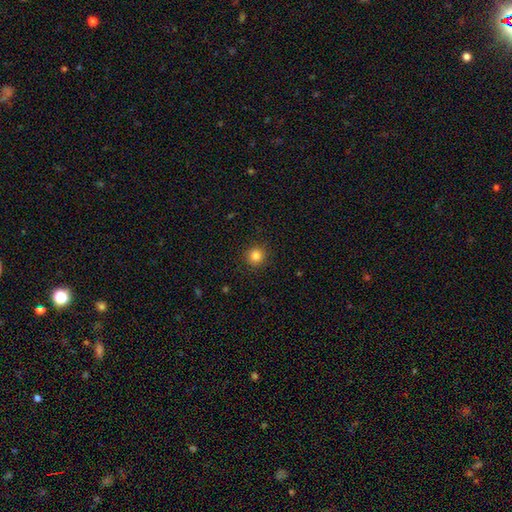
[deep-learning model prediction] smooth 84%, star or artifact 11%, featured or disk 5%. Down the decision tree: how rounded — round (94%); merging — none (91%).